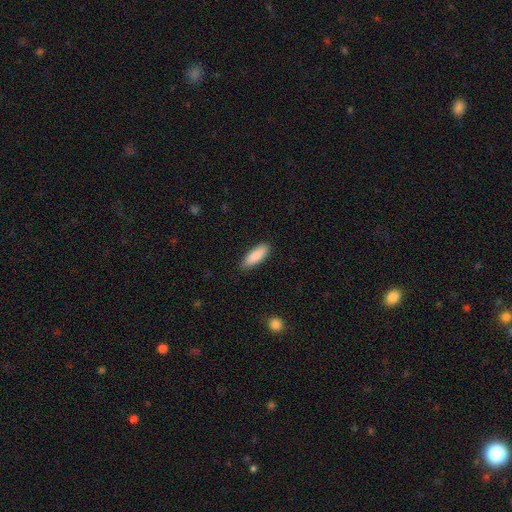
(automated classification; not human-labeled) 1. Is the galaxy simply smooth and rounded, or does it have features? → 88% smooth, 7% featured or disk, 6% star or artifact.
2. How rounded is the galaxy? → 58% in between, 40% cigar-shaped, 2% round.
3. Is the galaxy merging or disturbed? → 87% none, 10% minor disturbance, 2% major disturbance, 1% merger.